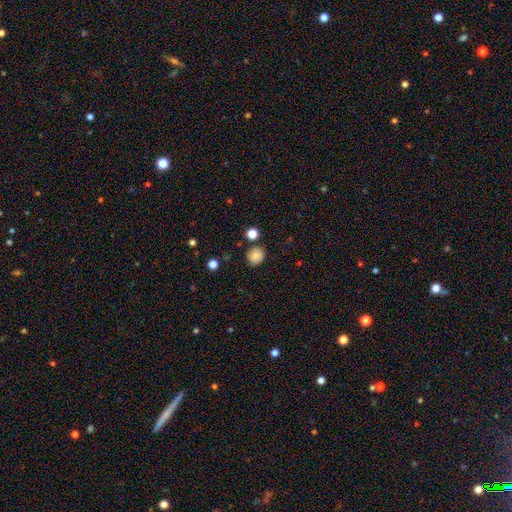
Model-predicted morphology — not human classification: smooth-or-featured: smooth: 85% | star or artifact: 11% | featured or disk: 4%
  how-rounded: round: 90% | in between: 9% | cigar-shaped: 1%
  merging: none: 83% | minor disturbance: 10% | merger: 4% | major disturbance: 3%